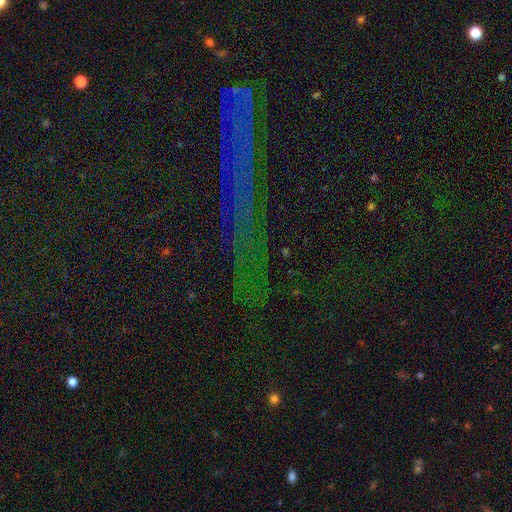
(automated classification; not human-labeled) A star or artifact, not a galaxy (78%).